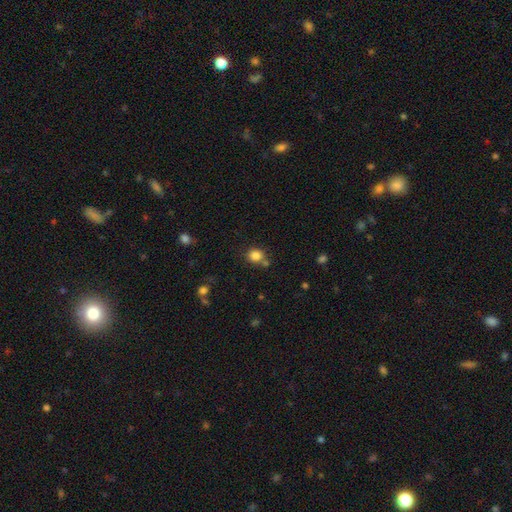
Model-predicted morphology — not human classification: This appears to be a smooth galaxy with no disk features (83%) that is round (79%). Merging: none (70%).